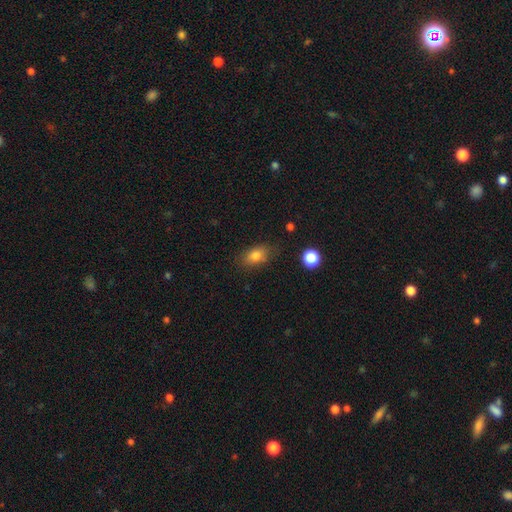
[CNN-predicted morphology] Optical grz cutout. It shows a smooth galaxy with no disk features (80%) that is in between round and cigar-shaped (82%). Merging: none (77%).